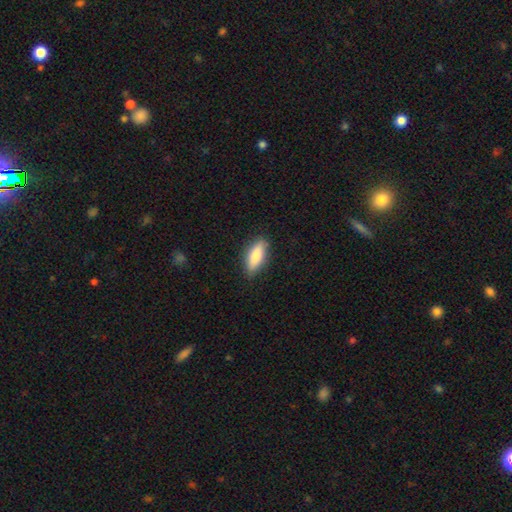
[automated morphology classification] smooth_or_featured: smooth (p=0.80) [alt: featured or disk p=0.14]
how_rounded: in between (p=0.65) [alt: cigar-shaped p=0.33]
merging: none (p=0.85) [alt: minor disturbance p=0.12]